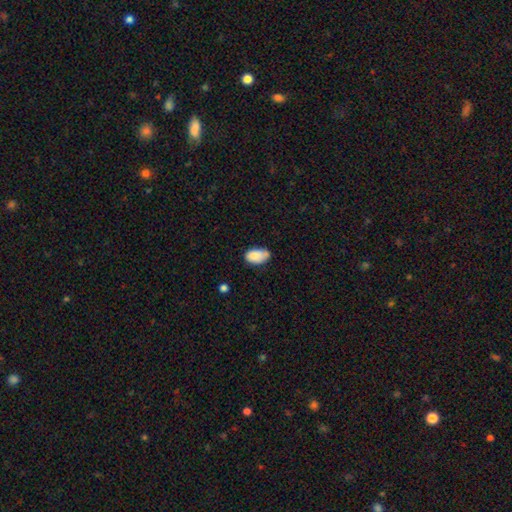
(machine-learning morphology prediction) The model was most divided on "merging": none: 58%, minor disturbance: 31%, major disturbance: 6%, merger: 5%. More confident: how rounded — in between (93%); smooth or featured — smooth (85%).